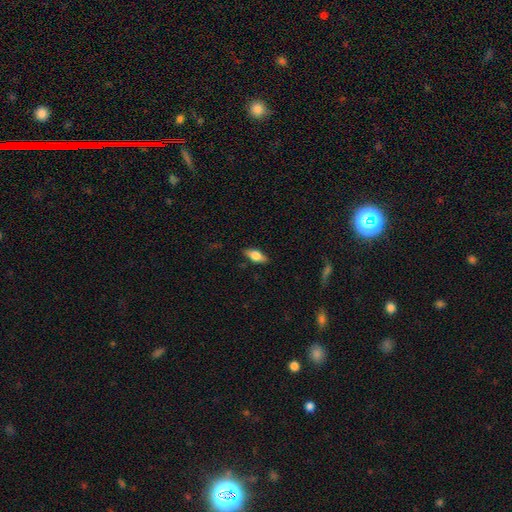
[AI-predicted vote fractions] Q: Smooth or featured?
A: smooth (63%); runner-up: featured or disk (30%)
Q: How rounded?
A: in between (77%); runner-up: cigar-shaped (19%)
Q: Merging?
A: none (86%); runner-up: minor disturbance (10%)